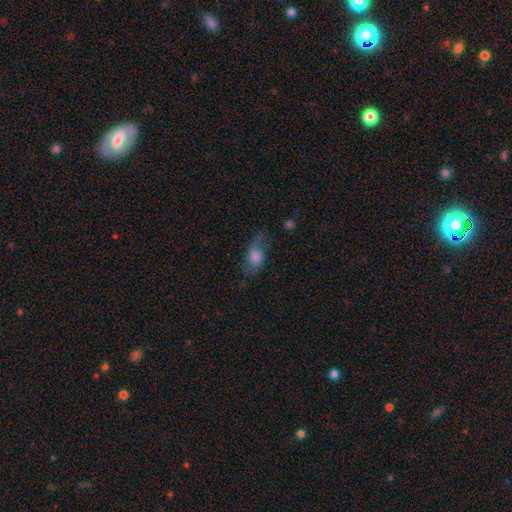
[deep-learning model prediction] Q: Smooth or featured?
A: featured or disk (46%); runner-up: smooth (45%)
Q: Merging?
A: none (47%); runner-up: minor disturbance (25%)